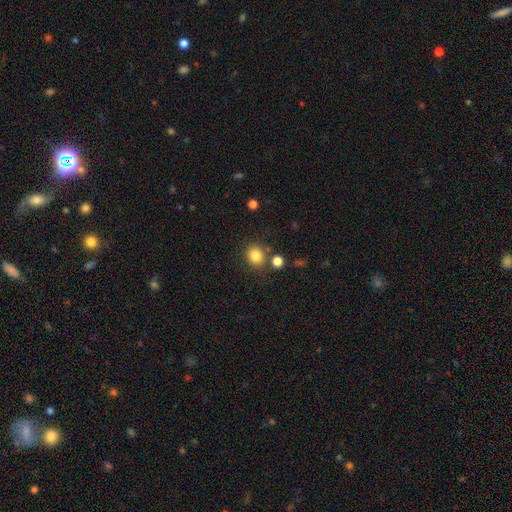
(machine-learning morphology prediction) Smooth or featured? Predicted: smooth (p=0.83). How rounded? Predicted: round (p=0.67). Merging? Predicted: none (p=0.77).